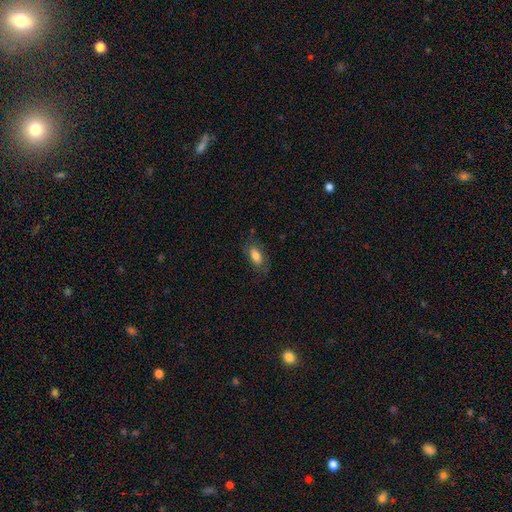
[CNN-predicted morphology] Q: Smooth or featured?
A: smooth (78%); runner-up: featured or disk (14%)
Q: How rounded?
A: in between (87%); runner-up: cigar-shaped (8%)
Q: Merging?
A: none (74%); runner-up: minor disturbance (18%)